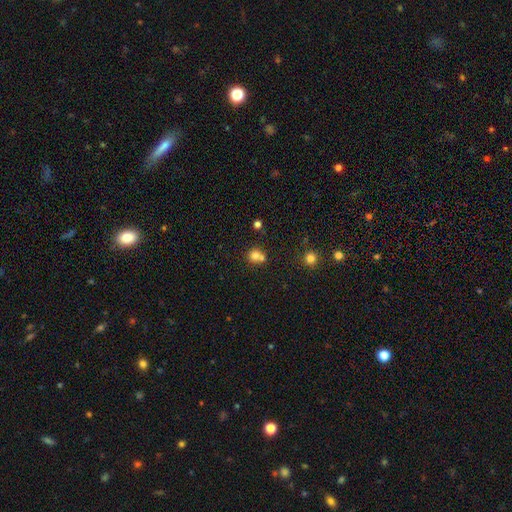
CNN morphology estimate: Smooth or featured: smooth — 74% (star or artifact — 14%)
How rounded: round — 85% (in between — 14%)
Merging: none — 47% (merger — 44%)